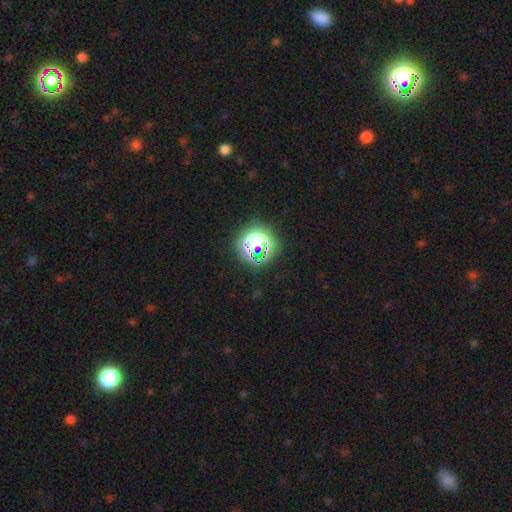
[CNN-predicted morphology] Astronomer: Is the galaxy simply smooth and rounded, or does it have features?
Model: star or artifact — 64%.